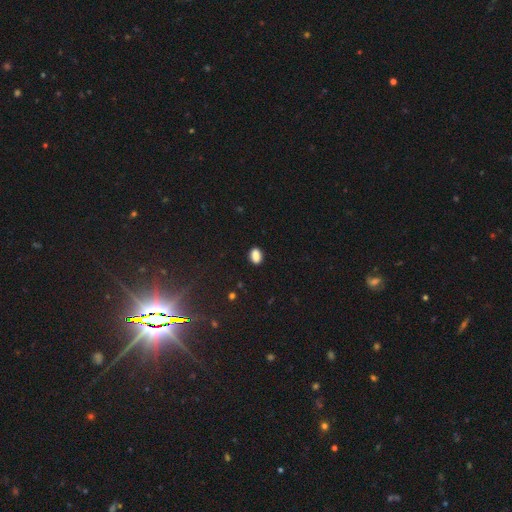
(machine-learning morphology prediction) This is clearly a smooth galaxy (87%). How rounded: clearly in between (85%). Merging: clearly none (87%).